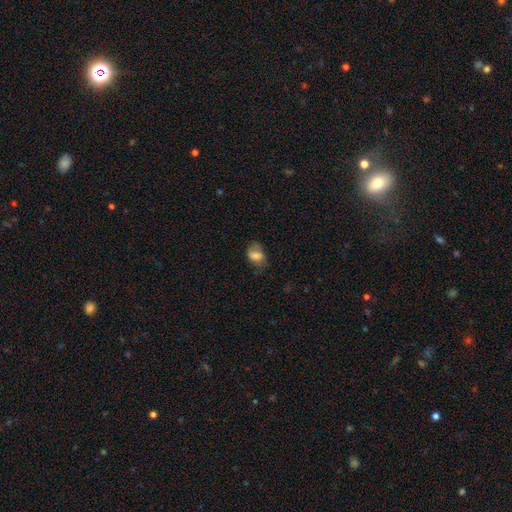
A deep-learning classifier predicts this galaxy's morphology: Smooth or featured? smooth (71%)
How rounded? in between (76%)
Merging? none (50%)